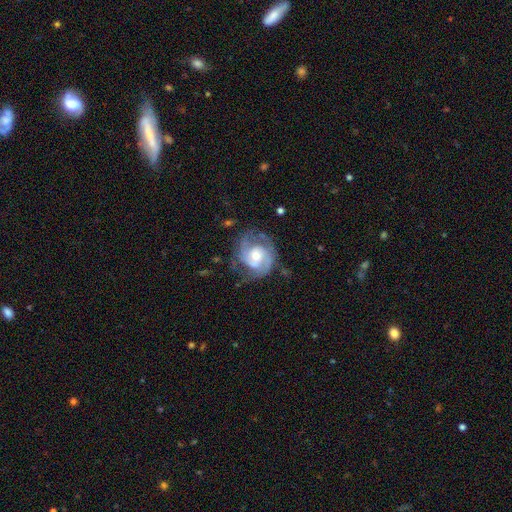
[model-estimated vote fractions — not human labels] Morphology: type=featured or disk (82%); edge-on=no (98%); bar=no (60%); spiral arms=yes (93%); winding=tight (43%, tied with medium); arm count=2 (61%); bulge=moderate (61%); merging=none (64%).